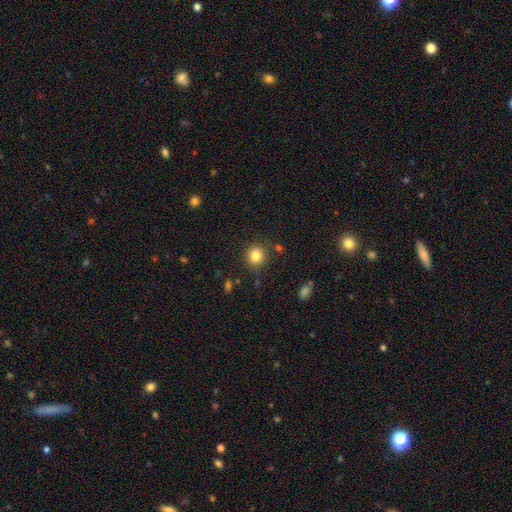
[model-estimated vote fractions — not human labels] smooth_or_featured: smooth (p=0.82) [alt: star or artifact p=0.11]
how_rounded: round (p=0.90) [alt: in between p=0.09]
merging: none (p=0.85) [alt: minor disturbance p=0.09]